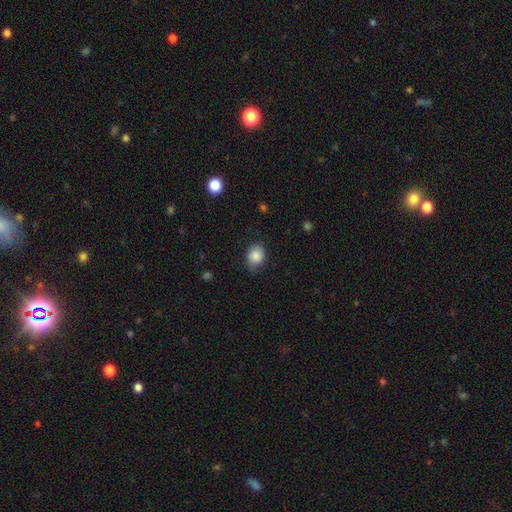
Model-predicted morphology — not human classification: A smooth galaxy with no disk features (86%) that is in between round and cigar-shaped (51%). Merging: none (73%).